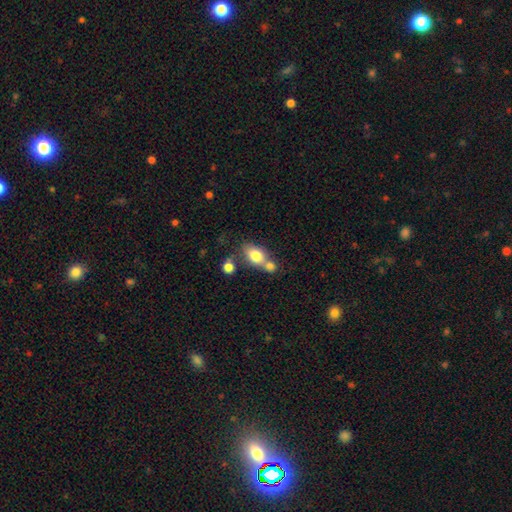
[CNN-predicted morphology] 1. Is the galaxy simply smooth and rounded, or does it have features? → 78% smooth, 14% featured or disk, 8% star or artifact.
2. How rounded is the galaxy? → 73% in between, 24% round, 3% cigar-shaped.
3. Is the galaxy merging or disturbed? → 45% merger, 38% none, 11% minor disturbance, 5% major disturbance.